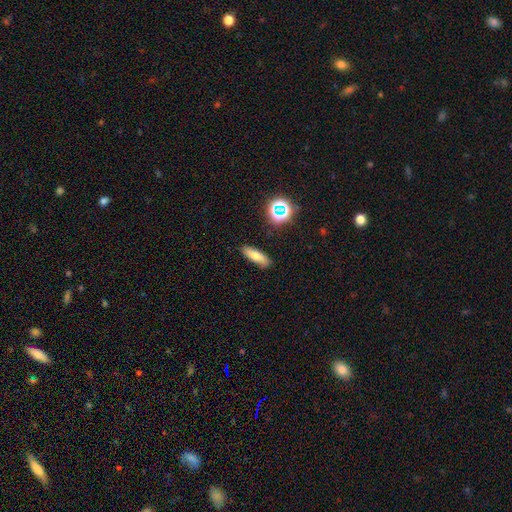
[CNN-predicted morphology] smooth 73%, featured or disk 16%, star or artifact 11%. Down the decision tree: how rounded — in between (50%); merging — none (86%).